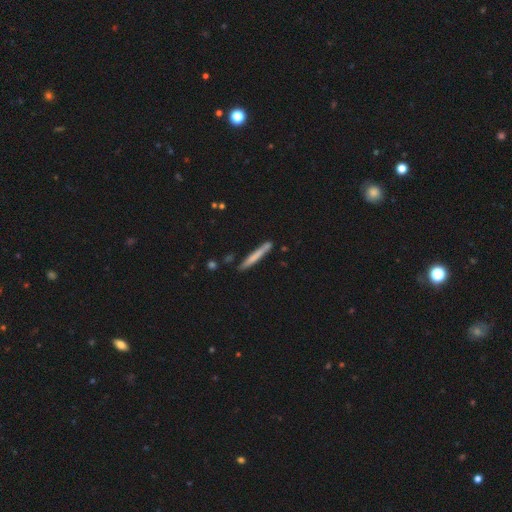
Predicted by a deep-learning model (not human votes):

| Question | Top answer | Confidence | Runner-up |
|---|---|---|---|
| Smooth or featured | smooth | 65% | featured or disk (29%) |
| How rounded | cigar-shaped | 96% | in between (2%) |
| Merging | none | 84% | minor disturbance (10%) |